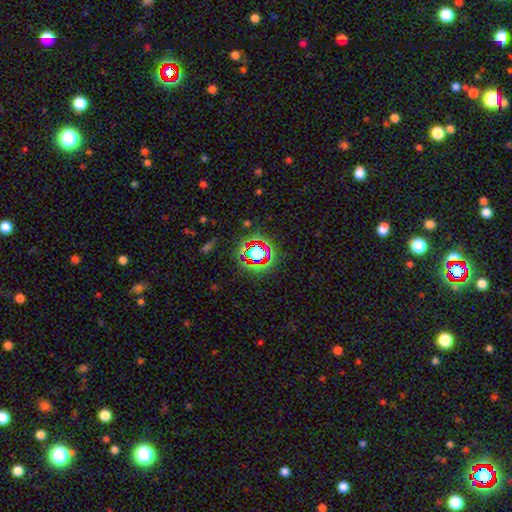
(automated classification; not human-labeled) Smooth or featured?
  - star or artifact: 63% *
  - smooth: 25%
  - featured or disk: 12%